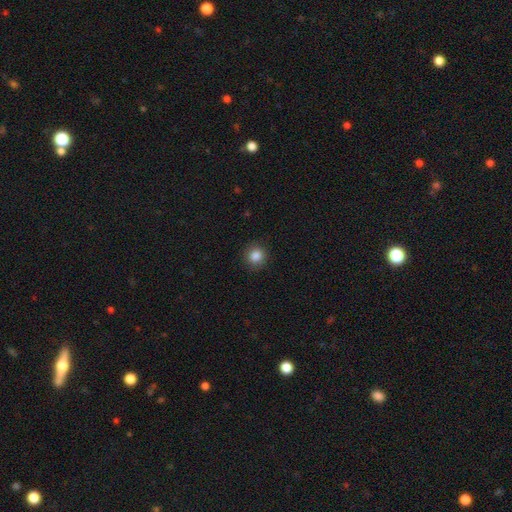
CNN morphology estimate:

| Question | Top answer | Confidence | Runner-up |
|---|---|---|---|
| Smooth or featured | smooth | 85% | star or artifact (10%) |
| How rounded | round | 87% | in between (12%) |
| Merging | none | 88% | minor disturbance (9%) |